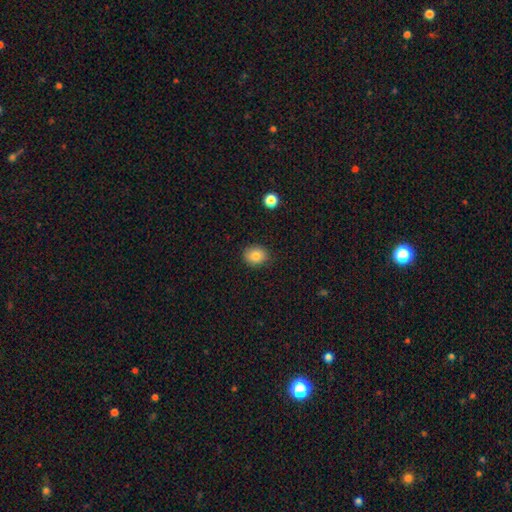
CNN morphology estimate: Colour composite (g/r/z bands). It shows a smooth galaxy with no disk features (84%) that is round (57%). Merging: none (86%).